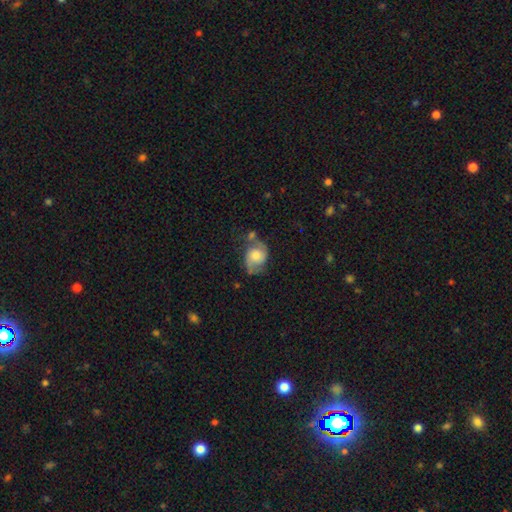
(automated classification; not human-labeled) smooth-or-featured: featured or disk: 60% | smooth: 32% | star or artifact: 8%
  disk-edge-on: no: 97% | yes: 3%
    bar: no: 67% | weak: 28% | strong: 5%
    has-spiral-arms: yes: 88% | no: 12%
      spiral-winding: medium: 44% | loose: 40% | tight: 16%
      spiral-arm-count: 2: 88% | can't tell: 6% | 1: 4% | 3: 1% | 4: 1% | more than 4: 1%
    bulge-size: moderate: 42% | large: 26% | small: 20% | none: 8% | dominant: 4%
  merging: none: 51% | minor disturbance: 25% | major disturbance: 13% | merger: 10%